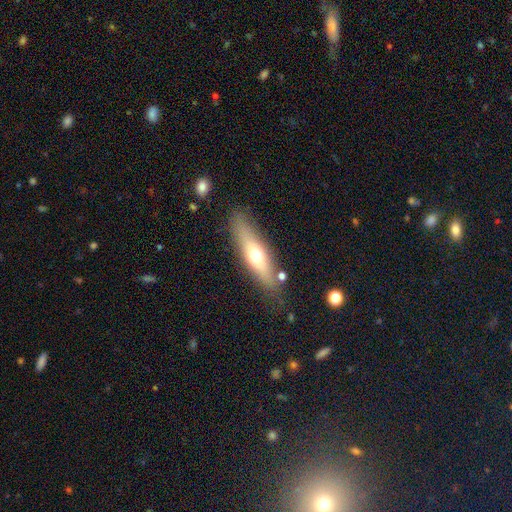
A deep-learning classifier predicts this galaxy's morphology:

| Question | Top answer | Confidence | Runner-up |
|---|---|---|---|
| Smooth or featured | smooth | 49% | featured or disk (43%) |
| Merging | none | 80% | minor disturbance (12%) |